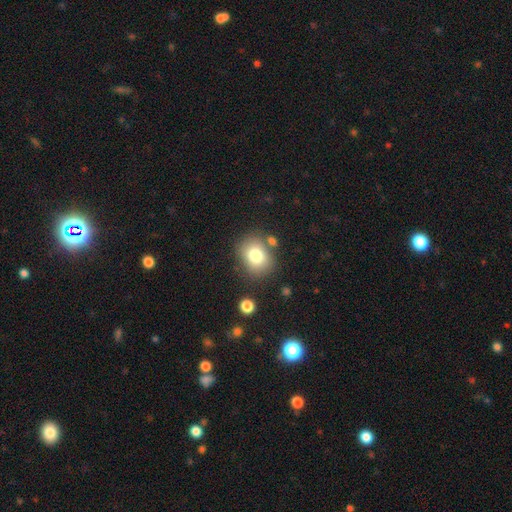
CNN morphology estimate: The model was most divided on "how rounded": round: 57%, in between: 42%, cigar-shaped: 1%. More confident: smooth or featured — smooth (78%); merging — none (74%).